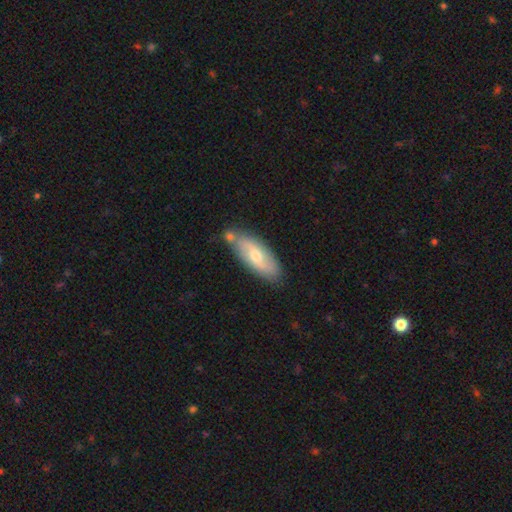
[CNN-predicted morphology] A featured or disk galaxy (51%). Merging: none (71%).